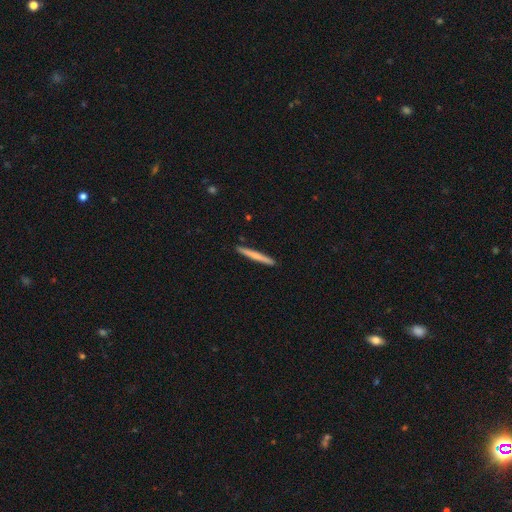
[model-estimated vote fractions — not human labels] Smooth or featured: smooth — 62% (featured or disk — 32%)
How rounded: cigar-shaped — 97% (in between — 2%)
Merging: none — 92% (minor disturbance — 5%)